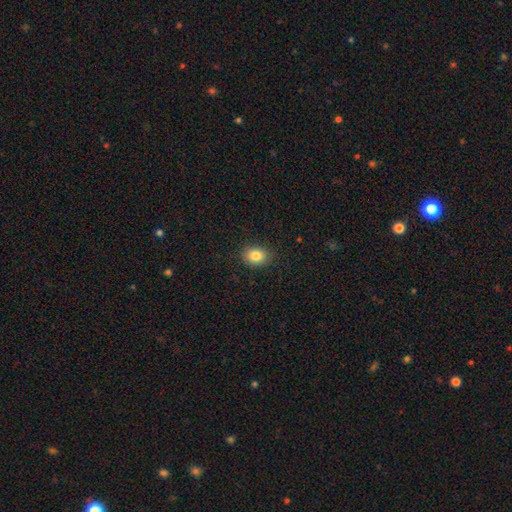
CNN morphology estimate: Overall: smooth (84%). How rounded: in between (61%; round 38%). Merging: none (88%).